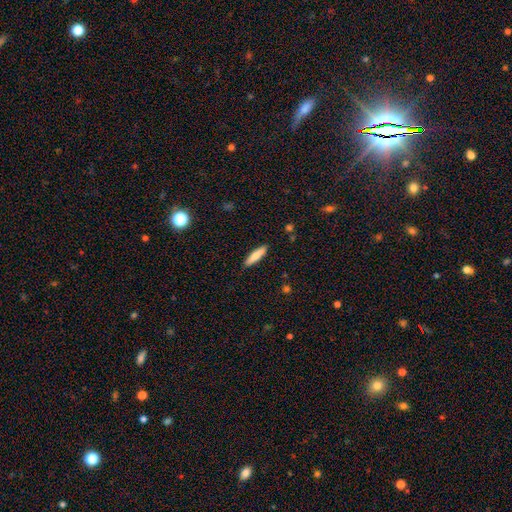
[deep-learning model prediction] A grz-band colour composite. It shows a smooth galaxy with no disk features (77%) that is cigar-shaped (76%). Merging: none (88%).